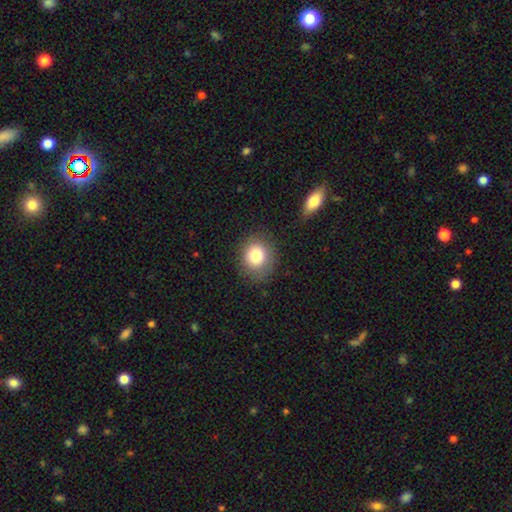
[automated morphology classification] A smooth galaxy with no disk features (82%) that is round (71%).

Vote fractions:
- Smooth or featured? smooth: 82% / star or artifact: 10% / featured or disk: 9%
- How rounded? round: 71% / in between: 28% / cigar-shaped: 1%
- Merging? none: 82% / minor disturbance: 13% / major disturbance: 4% / merger: 2%